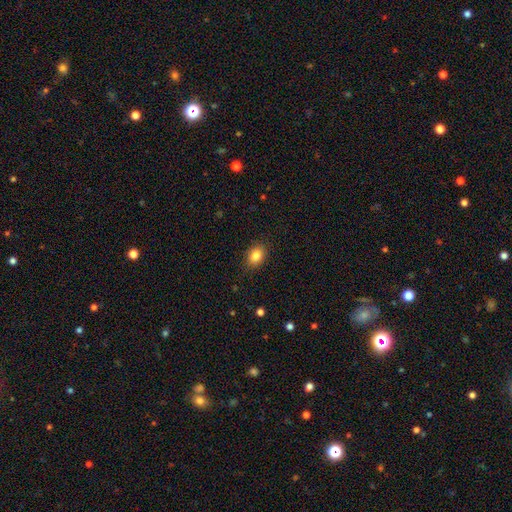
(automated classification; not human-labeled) Smooth or featured? smooth (84%)
How rounded? in between (66%)
Merging? none (86%)